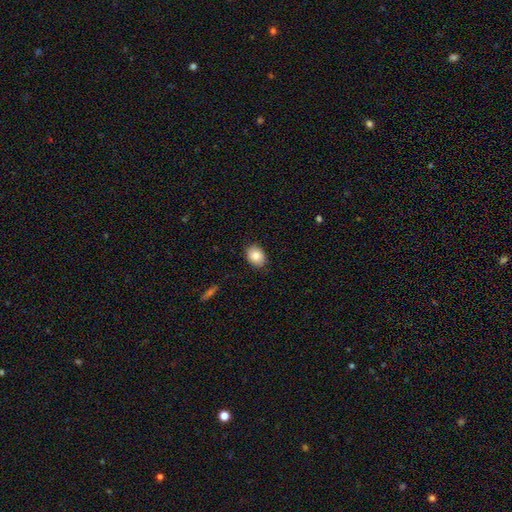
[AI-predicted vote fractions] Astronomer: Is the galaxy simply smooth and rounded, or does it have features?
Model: smooth — 82%.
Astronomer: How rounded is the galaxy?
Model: in between — 66%.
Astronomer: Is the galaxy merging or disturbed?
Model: none — 87%.